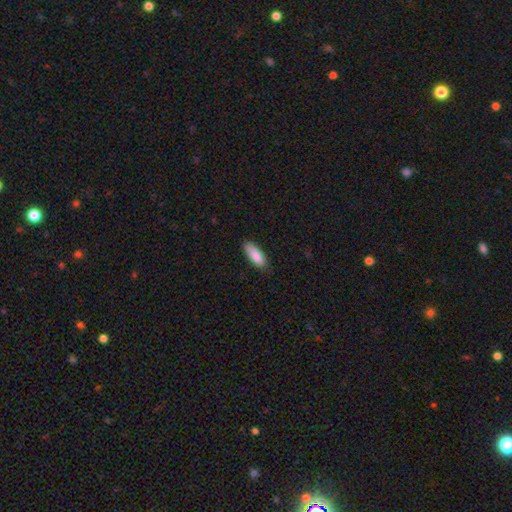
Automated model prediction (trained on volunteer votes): Overall: smooth (88%). How rounded: in between (71%). Merging: none (80%).